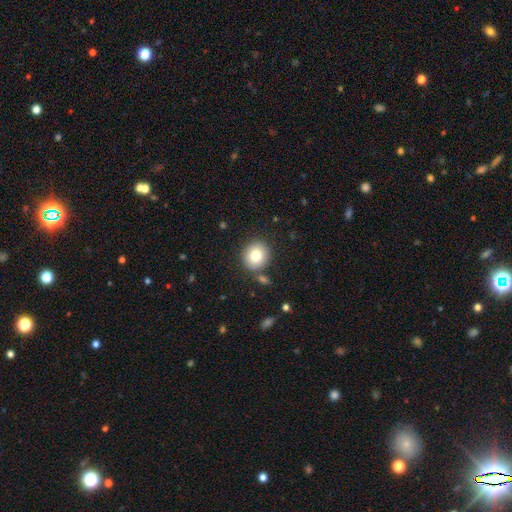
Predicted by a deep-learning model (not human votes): smooth_or_featured: smooth (p=0.81) [alt: star or artifact p=0.09]
how_rounded: round (p=0.81) [alt: in between p=0.18]
merging: none (p=0.82) [alt: minor disturbance p=0.09]